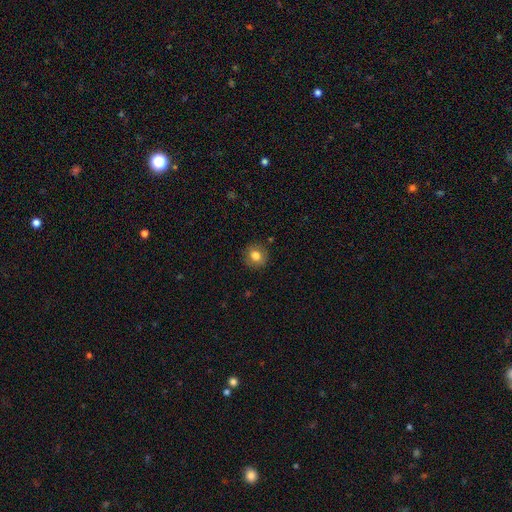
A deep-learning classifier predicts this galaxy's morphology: smooth-or-featured: smooth: 79% | featured or disk: 12% | star or artifact: 10%
  how-rounded: round: 87% | in between: 12% | cigar-shaped: 1%
  merging: none: 88% | minor disturbance: 9% | major disturbance: 2% | merger: 1%